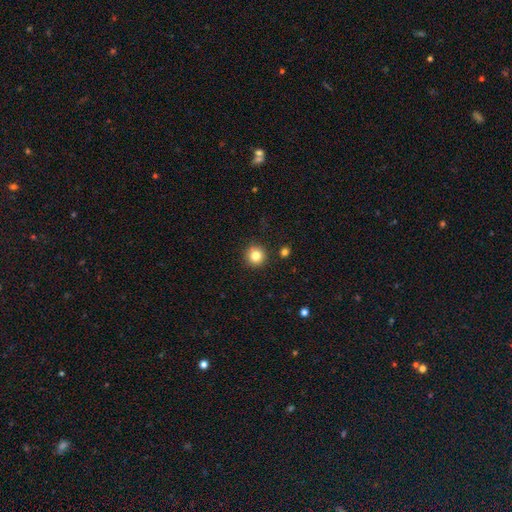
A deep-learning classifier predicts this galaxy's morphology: A smooth galaxy with no disk features (83%) that is round (94%). Merging: none (89%).